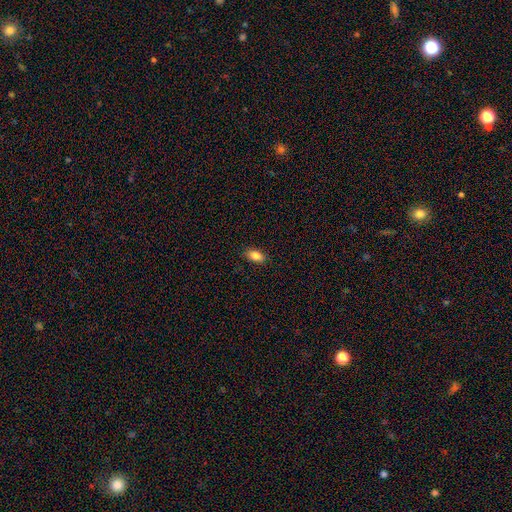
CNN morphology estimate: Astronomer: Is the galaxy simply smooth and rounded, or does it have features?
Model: smooth — 86%.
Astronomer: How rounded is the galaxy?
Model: in between — 89%.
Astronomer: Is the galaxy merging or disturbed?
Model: none — 88%.